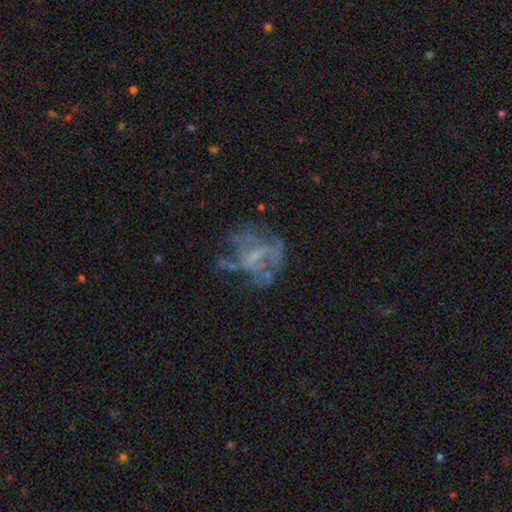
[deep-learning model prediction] Q: Smooth or featured?
A: featured or disk (61%); runner-up: star or artifact (21%)
Q: Edge-on disk?
A: no (96%); runner-up: yes (4%)
Q: Bar?
A: no (63%); runner-up: weak (28%)
Q: Spiral arms?
A: no (63%); runner-up: yes (37%)
Q: Bulge size?
A: none (48%); runner-up: small (33%)
Q: Merging?
A: none (45%); runner-up: major disturbance (33%)